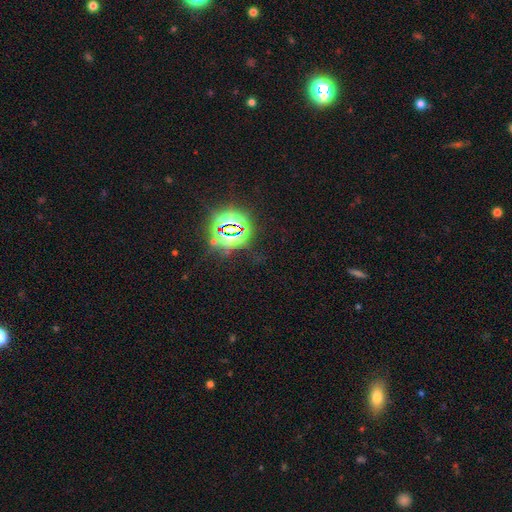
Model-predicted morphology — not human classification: Smooth or featured?
  - star or artifact: 82% *
  - smooth: 10%
  - featured or disk: 7%